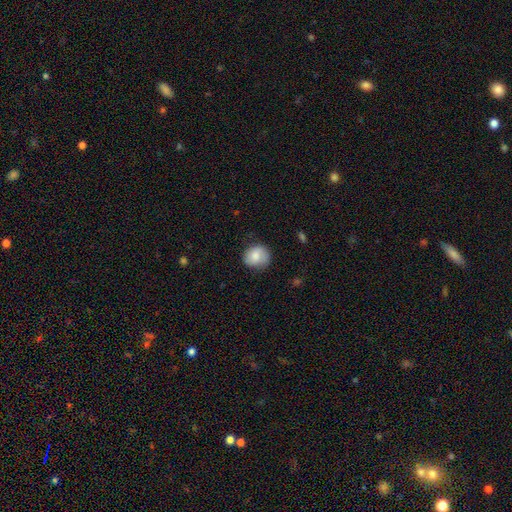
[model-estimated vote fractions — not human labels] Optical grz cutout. It shows a smooth galaxy with no disk features (72%) that is round (77%). Merging: none (75%).